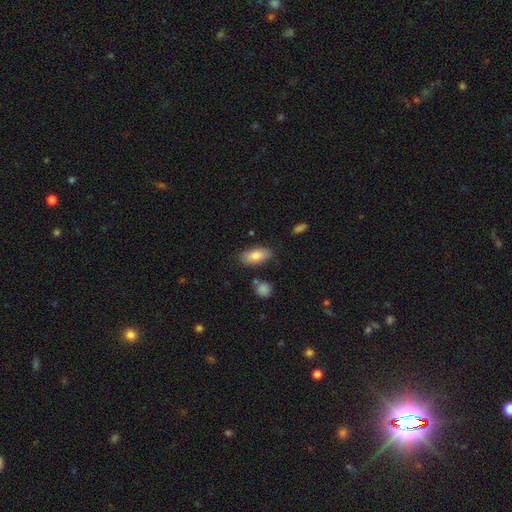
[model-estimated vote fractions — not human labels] A smooth galaxy with no disk features (81%) that is in between round and cigar-shaped (89%). Merging: none (79%).